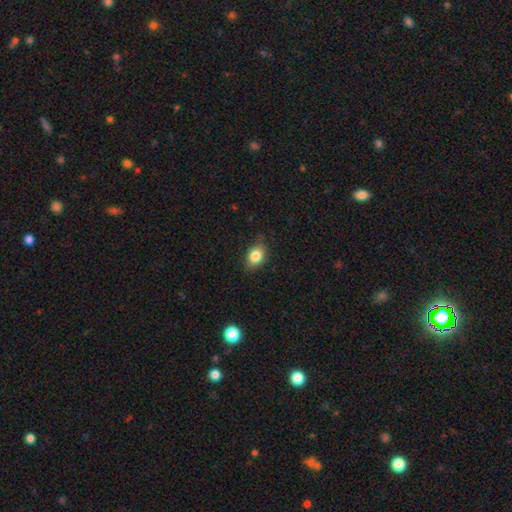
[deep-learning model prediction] A smooth galaxy with no disk features (83%) that is in between round and cigar-shaped (70%). Merging: none (78%).